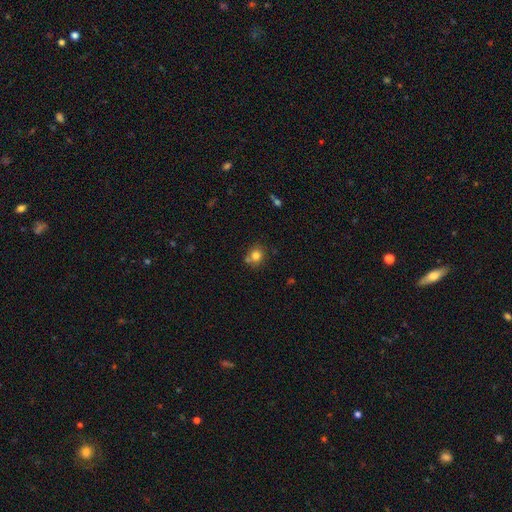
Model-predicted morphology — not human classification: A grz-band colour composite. It shows a smooth galaxy with no disk features (79%) that is round (82%). Merging: none (66%).